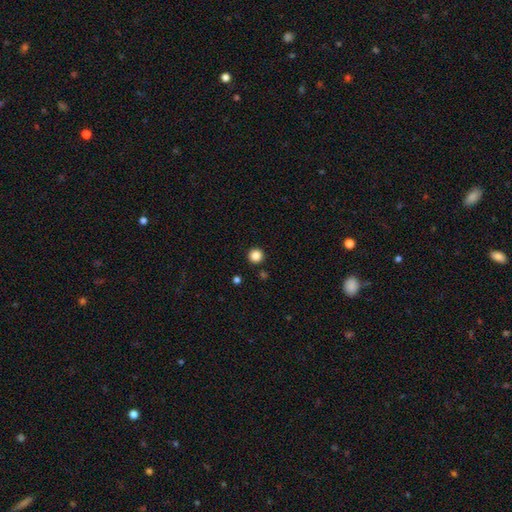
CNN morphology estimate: A smooth galaxy with no disk features (86%) that is round (96%).

Vote fractions:
- Smooth or featured? smooth: 86% / star or artifact: 11% / featured or disk: 3%
- How rounded? round: 96% / in between: 3% / cigar-shaped: 1%
- Merging? none: 93% / minor disturbance: 4% / merger: 2% / major disturbance: 2%